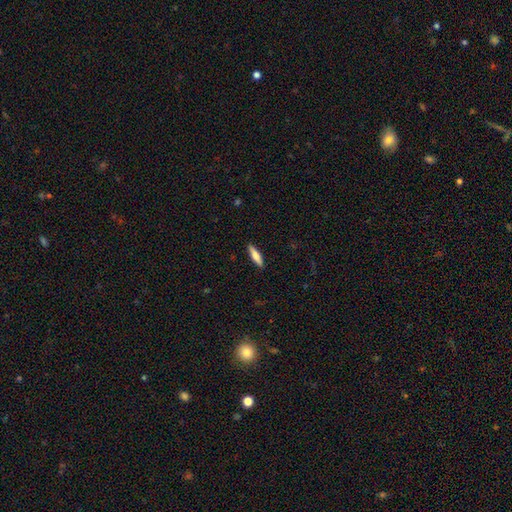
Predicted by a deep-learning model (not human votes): Q: Smooth or featured?
A: smooth (65%); runner-up: featured or disk (29%)
Q: How rounded?
A: cigar-shaped (69%); runner-up: in between (29%)
Q: Merging?
A: none (90%); runner-up: minor disturbance (7%)